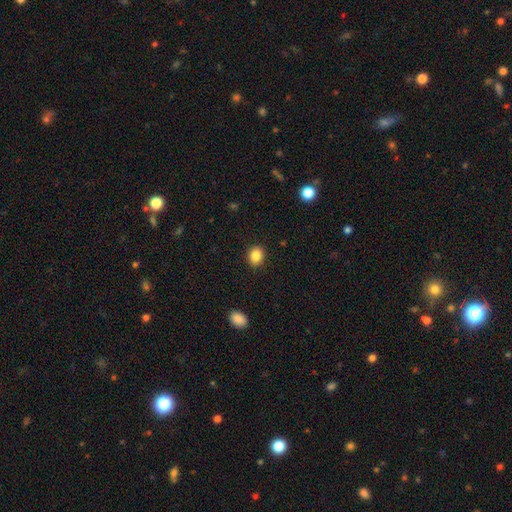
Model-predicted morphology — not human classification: This appears to be a smooth galaxy with no disk features (86%) that is round (50%). Merging: none (89%).